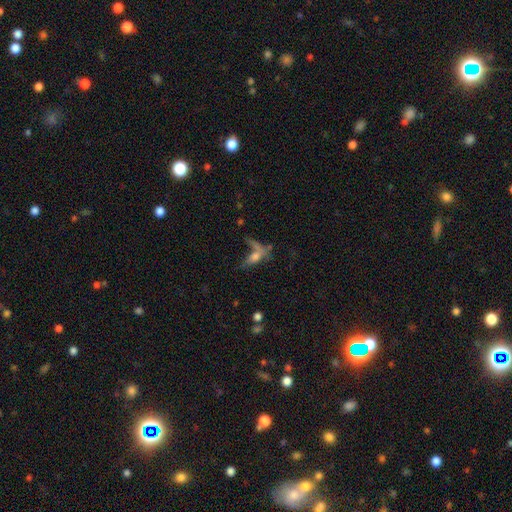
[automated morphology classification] This is possibly a smooth galaxy (49%). Merging: marginally none (34%).